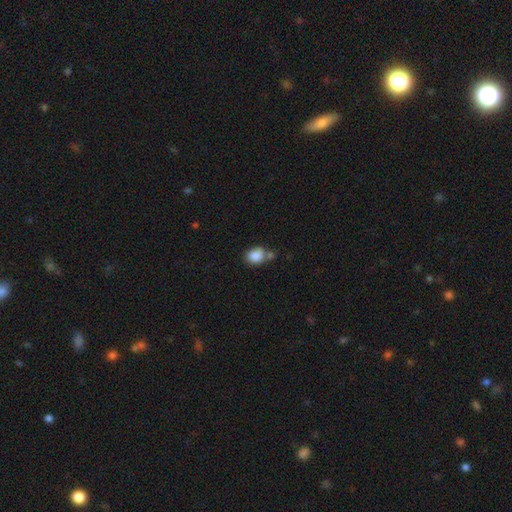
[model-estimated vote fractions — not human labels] This is clearly a smooth galaxy (86%). How rounded: possibly in between (56%). Merging: possibly none (53%).